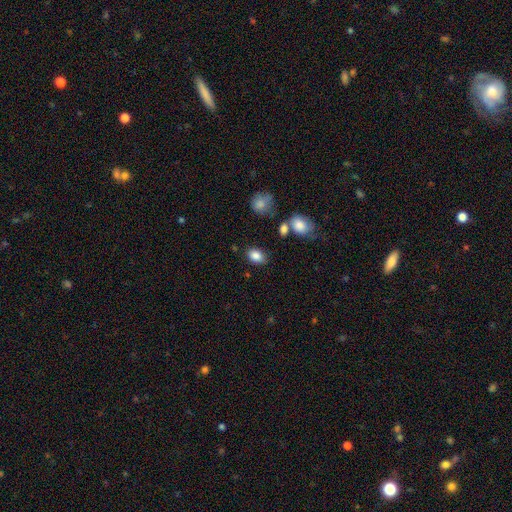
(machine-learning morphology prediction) This is clearly a smooth galaxy (85%). How rounded: clearly in between (80%). Merging: likely none (80%).